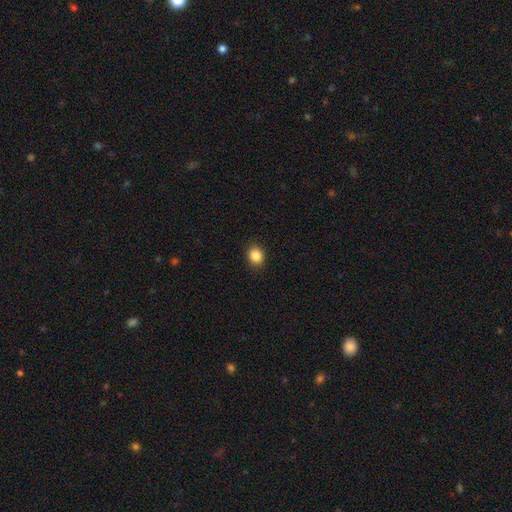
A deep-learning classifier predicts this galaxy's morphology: This is clearly a smooth galaxy (86%). How rounded: likely round (61%). Merging: clearly none (90%).